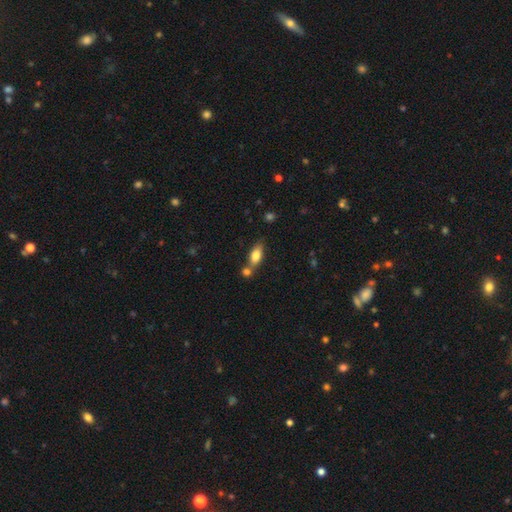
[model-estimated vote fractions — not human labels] Q: Smooth or featured?
A: smooth (77%); runner-up: featured or disk (15%)
Q: How rounded?
A: in between (79%); runner-up: cigar-shaped (16%)
Q: Merging?
A: none (53%); runner-up: merger (30%)